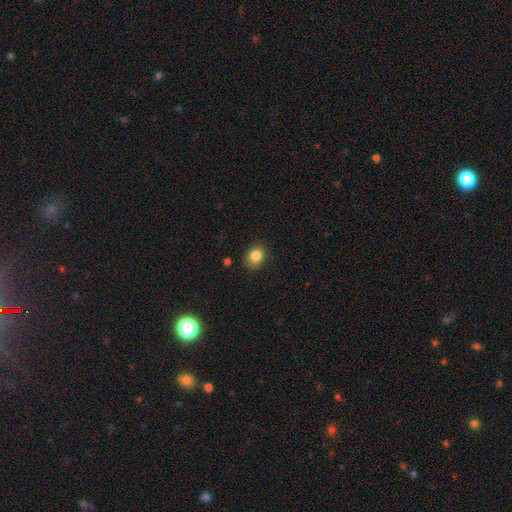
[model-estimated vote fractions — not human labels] Q: Smooth or featured?
A: smooth (84%); runner-up: star or artifact (10%)
Q: How rounded?
A: round (57%); runner-up: in between (42%)
Q: Merging?
A: none (80%); runner-up: minor disturbance (15%)